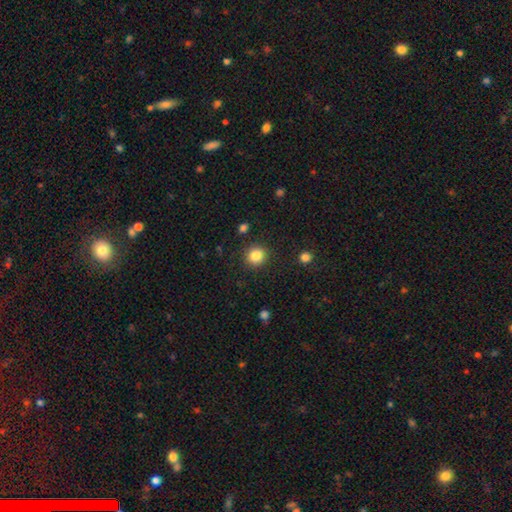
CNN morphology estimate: Smooth or featured? Predicted: smooth (p=0.84). How rounded? Predicted: round (p=0.92). Merging? Predicted: none (p=0.90).